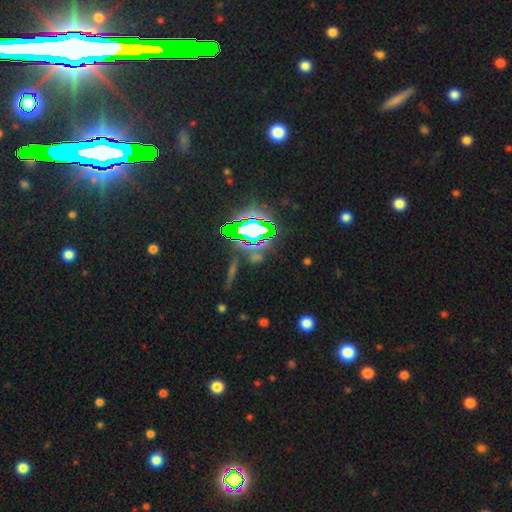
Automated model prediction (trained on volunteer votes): star or artifact 62%, smooth 21%, featured or disk 17%.